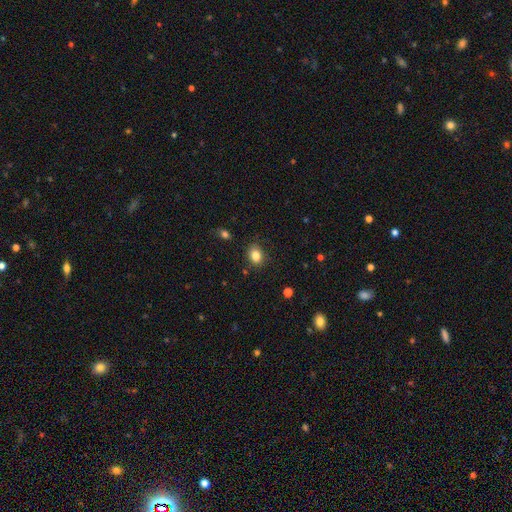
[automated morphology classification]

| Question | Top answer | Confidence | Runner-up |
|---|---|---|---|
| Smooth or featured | smooth | 83% | star or artifact (11%) |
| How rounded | in between | 54% | round (45%) |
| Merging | none | 84% | minor disturbance (12%) |